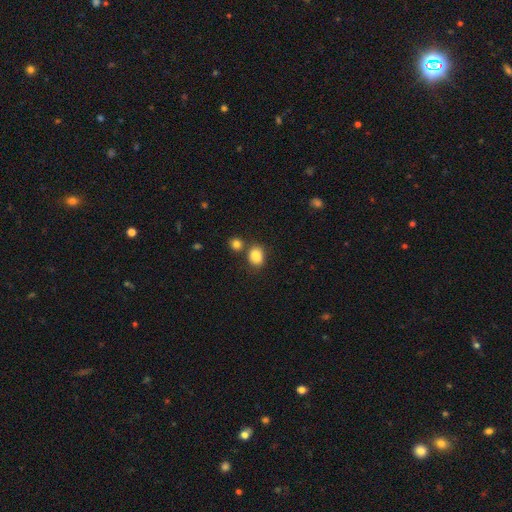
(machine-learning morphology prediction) The model was most divided on "how rounded": in between: 59%, round: 40%, cigar-shaped: 1%. More confident: smooth or featured — smooth (86%); merging — none (64%).